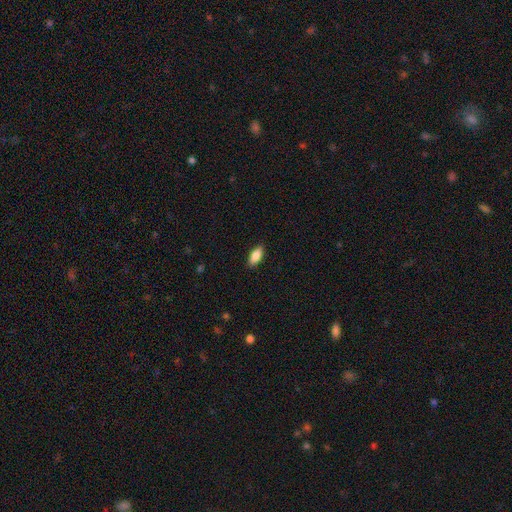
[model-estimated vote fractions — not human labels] A smooth galaxy with no disk features (85%) that is in between round and cigar-shaped (84%).

Vote fractions:
- Smooth or featured? smooth: 85% / featured or disk: 8% / star or artifact: 7%
- How rounded? in between: 84% / cigar-shaped: 13% / round: 2%
- Merging? none: 88% / minor disturbance: 9% / major disturbance: 2% / merger: 1%